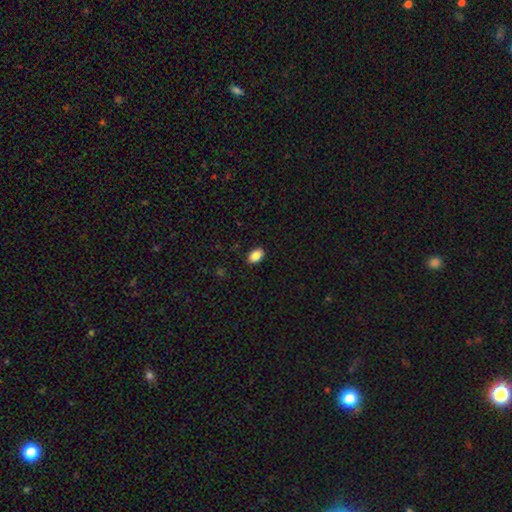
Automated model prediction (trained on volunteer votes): Morphology: type=smooth (87%); roundness=in between (89%); merging=none (89%).